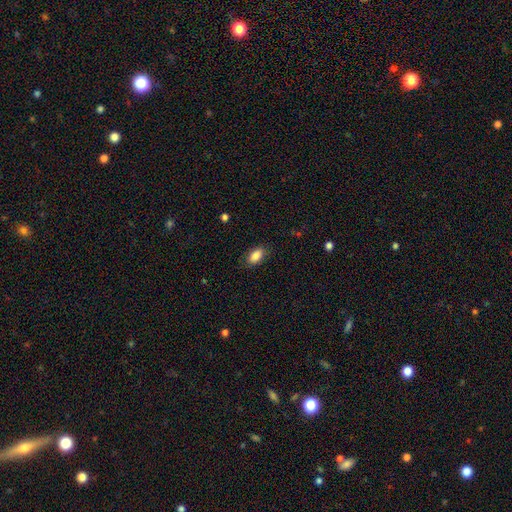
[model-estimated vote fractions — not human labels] Smooth or featured? Predicted: smooth (p=0.87). How rounded? Predicted: in between (p=0.92). Merging? Predicted: none (p=0.83).